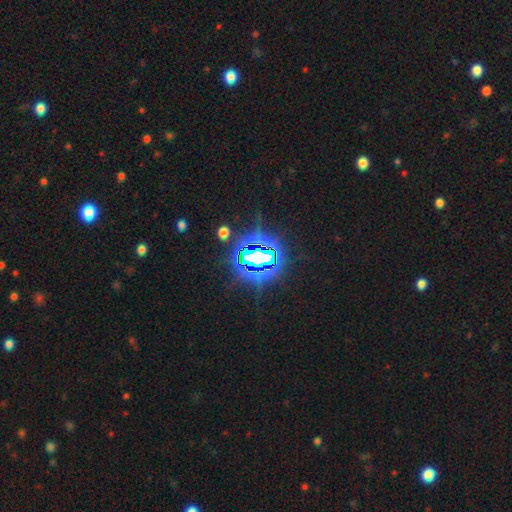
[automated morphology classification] A star or artifact, not a galaxy (82%).

Vote fractions:
- Smooth or featured? star or artifact: 82% / smooth: 11% / featured or disk: 8%